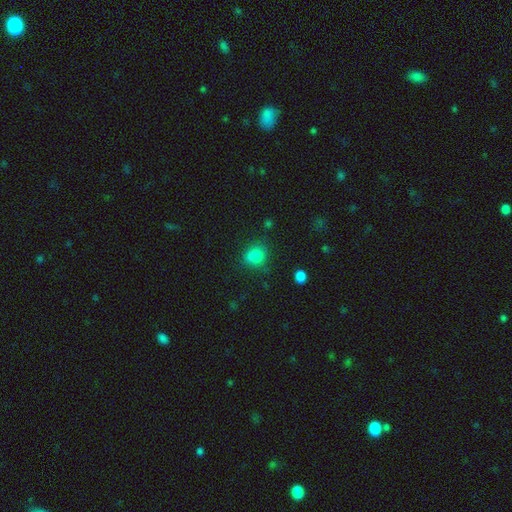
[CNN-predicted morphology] A smooth galaxy with no disk features (80%) that is round (72%). Merging: none (63%).